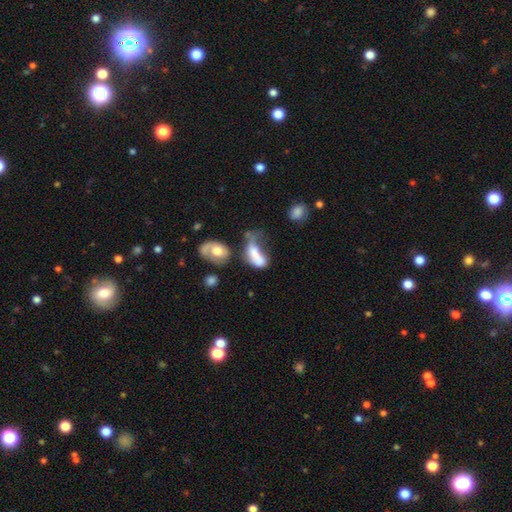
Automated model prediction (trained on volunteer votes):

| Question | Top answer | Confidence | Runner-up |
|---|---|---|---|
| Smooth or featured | smooth | 60% | featured or disk (30%) |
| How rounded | in between | 81% | cigar-shaped (12%) |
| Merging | merger | 40% | major disturbance (34%) |